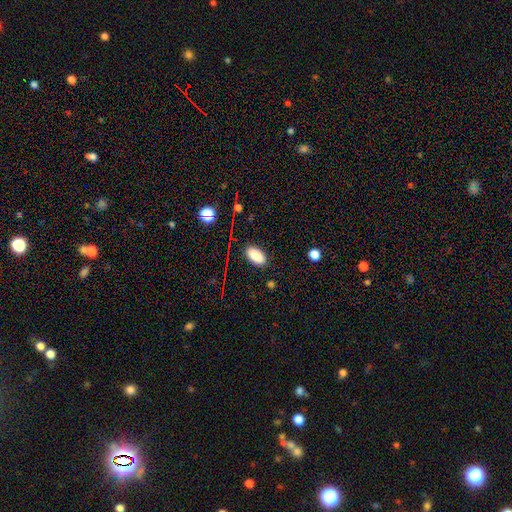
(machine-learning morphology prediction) The model was most divided on "smooth or featured": smooth: 86%, star or artifact: 9%, featured or disk: 5%. More confident: how rounded — in between (91%); merging — none (87%).